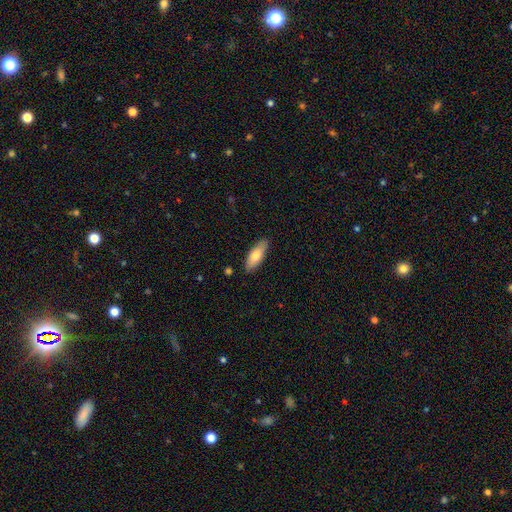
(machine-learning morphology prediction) This appears to be a smooth galaxy with no disk features (74%) that is in between round and cigar-shaped (67%). Merging: none (87%).